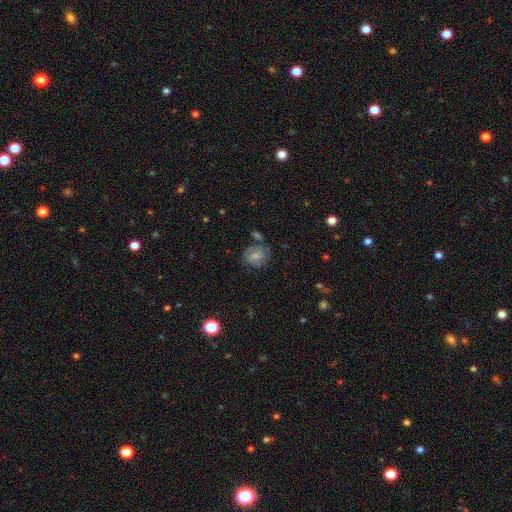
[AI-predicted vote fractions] Smooth or featured? Predicted: smooth (p=0.48). Merging? Predicted: none (p=0.67).